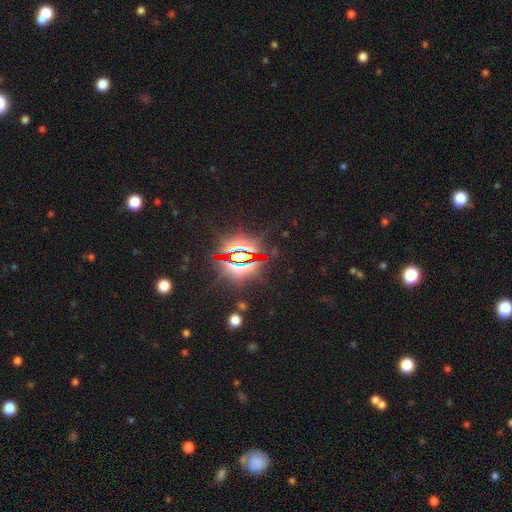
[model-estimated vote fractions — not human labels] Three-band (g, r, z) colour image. It shows a star or artifact, not a galaxy (85%).